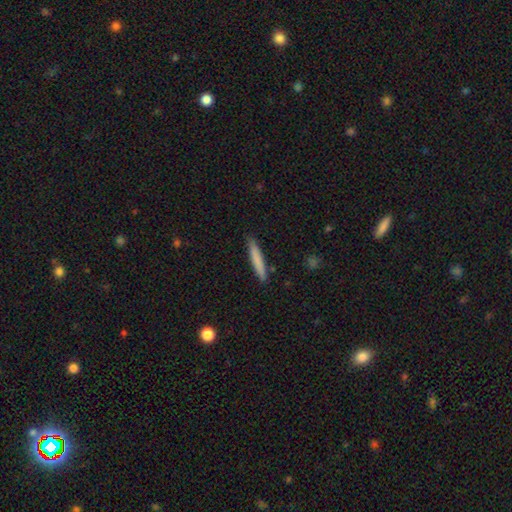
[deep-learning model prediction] Smooth or featured?
  - smooth: 77% *
  - featured or disk: 16%
  - star or artifact: 6%
How rounded?
  - cigar-shaped: 95% *
  - in between: 4%
  - round: 1%
Merging?
  - none: 89% *
  - minor disturbance: 8%
  - major disturbance: 2%
  - merger: 1%